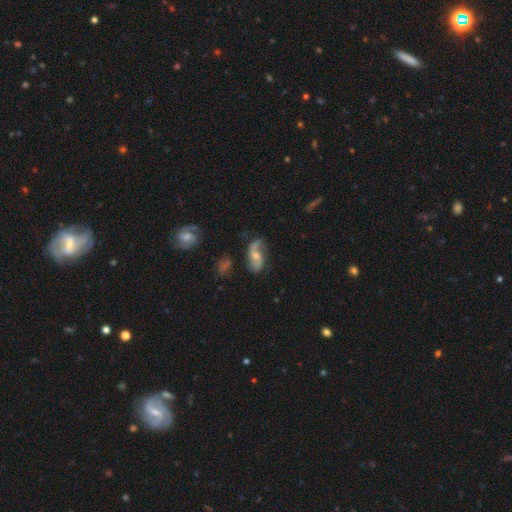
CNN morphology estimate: This appears to be a featured or disk galaxy (79%) with no bar (55%), 2 (86%) loose (63%) spiral arms (94%) and a moderate central bulge (54%). Merging: none (67%).